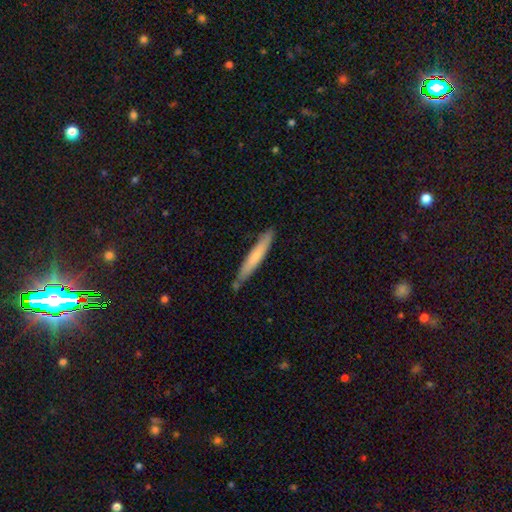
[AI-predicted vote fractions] smooth 64%, featured or disk 31%, star or artifact 5%. Down the decision tree: how rounded — cigar-shaped (94%); merging — none (79%).